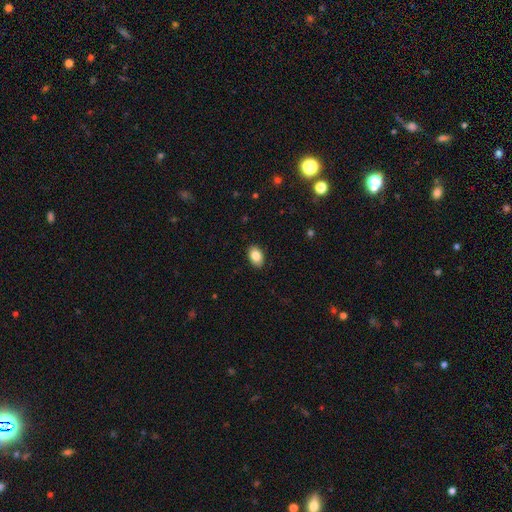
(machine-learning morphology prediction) The model was most divided on "smooth or featured": smooth: 86%, star or artifact: 7%, featured or disk: 7%. More confident: how rounded — in between (90%); merging — none (90%).